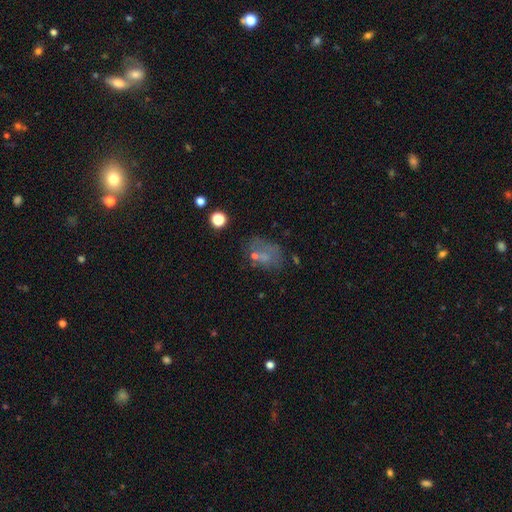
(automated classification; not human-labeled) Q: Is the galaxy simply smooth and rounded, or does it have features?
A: smooth — 45%.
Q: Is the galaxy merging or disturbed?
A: none — 43%.